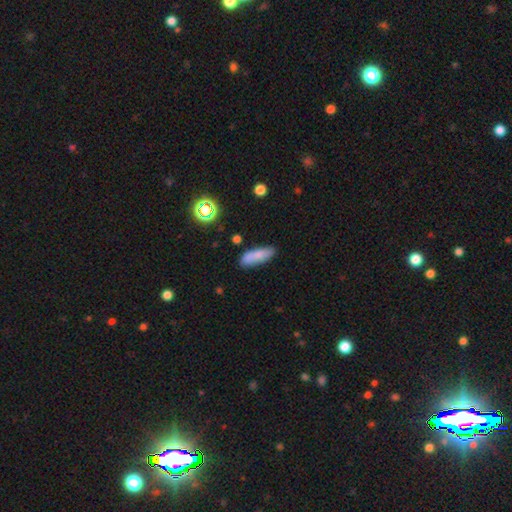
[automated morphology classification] smooth 78%, featured or disk 13%, star or artifact 9%. Down the decision tree: how rounded — in between (55%); merging — none (77%).